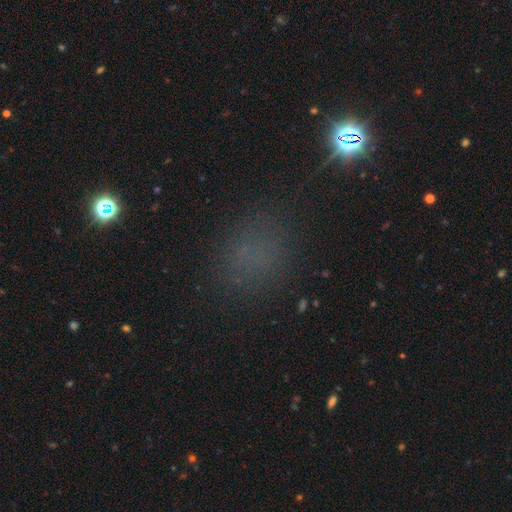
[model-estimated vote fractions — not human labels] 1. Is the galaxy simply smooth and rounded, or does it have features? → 62% smooth, 31% star or artifact, 7% featured or disk.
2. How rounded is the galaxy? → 60% round, 38% in between, 2% cigar-shaped.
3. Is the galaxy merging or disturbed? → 82% none, 11% minor disturbance, 5% major disturbance, 2% merger.